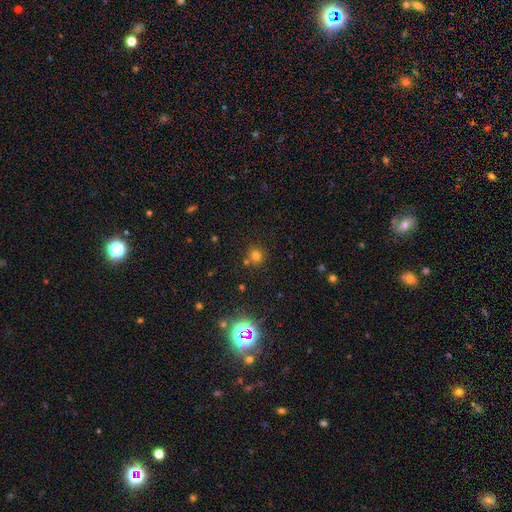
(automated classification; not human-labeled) Smooth or featured?
  - smooth: 71% *
  - star or artifact: 22%
  - featured or disk: 7%
How rounded?
  - round: 91% *
  - in between: 8%
  - cigar-shaped: 1%
Merging?
  - none: 75% *
  - merger: 14%
  - minor disturbance: 8%
  - major disturbance: 3%